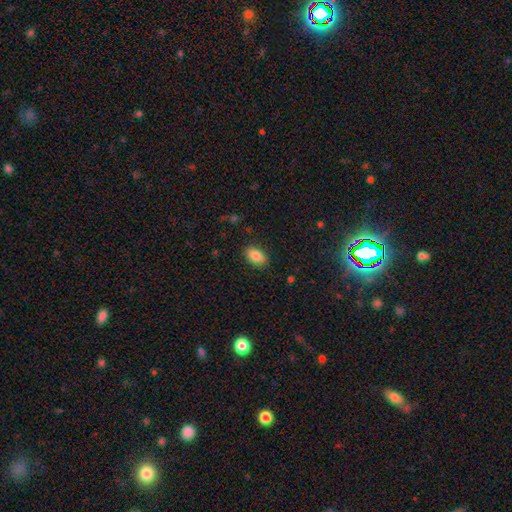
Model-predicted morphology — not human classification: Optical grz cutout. It shows a smooth galaxy with no disk features (85%) that is in between round and cigar-shaped (90%). Merging: none (86%).